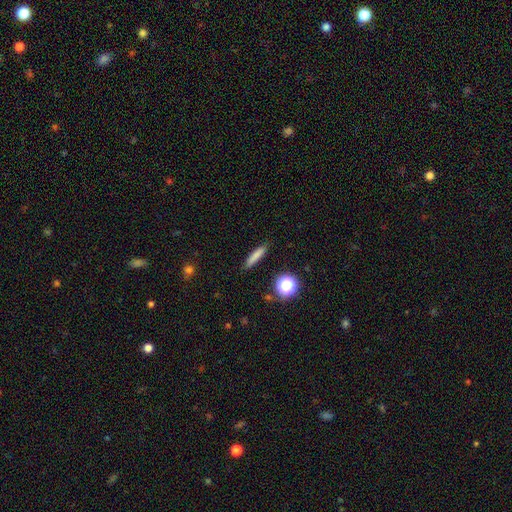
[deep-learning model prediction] smooth_or_featured: smooth (p=0.77) [alt: featured or disk p=0.12]
how_rounded: cigar-shaped (p=0.86) [alt: in between p=0.10]
merging: none (p=0.87) [alt: minor disturbance p=0.09]